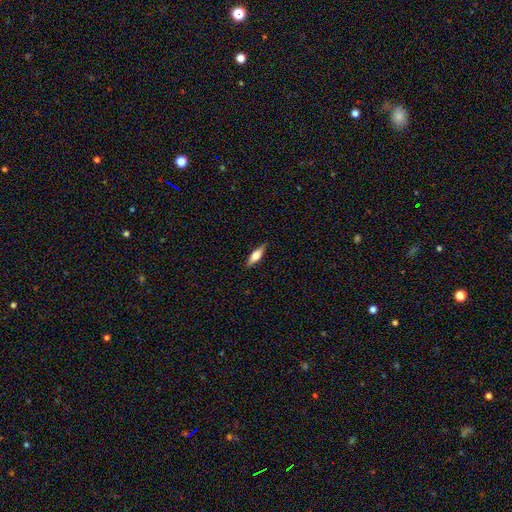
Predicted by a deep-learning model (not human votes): Overall: smooth (58%; featured or disk 36%). How rounded: cigar-shaped (51%; in between 47%). Merging: none (87%).